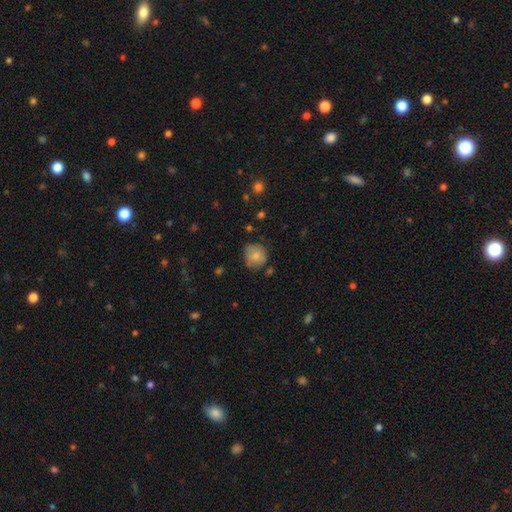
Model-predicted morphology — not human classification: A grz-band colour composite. It shows a smooth galaxy with no disk features (75%) that is round (82%). Merging: none (64%).